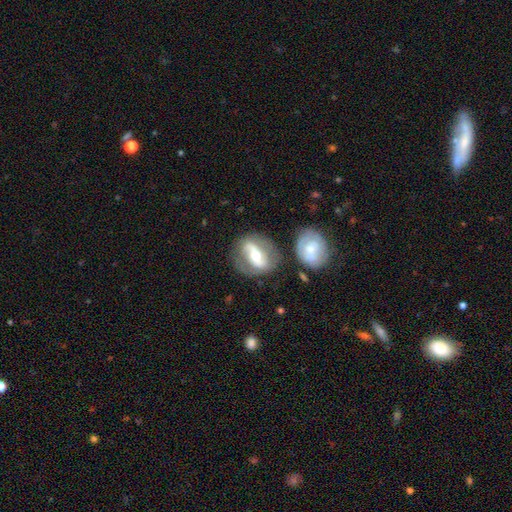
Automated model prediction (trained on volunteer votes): This appears to be a featured or disk galaxy (72%) with a strong bar (53%), 2 (82%) medium (39%) spiral arms (76%) and a moderate central bulge (68%). Merging: none (68%).